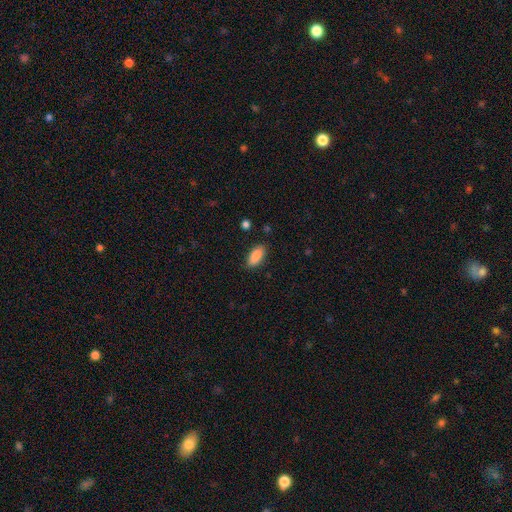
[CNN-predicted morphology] This appears to be a smooth galaxy with no disk features (87%) that is in between round and cigar-shaped (89%). Merging: none (86%).